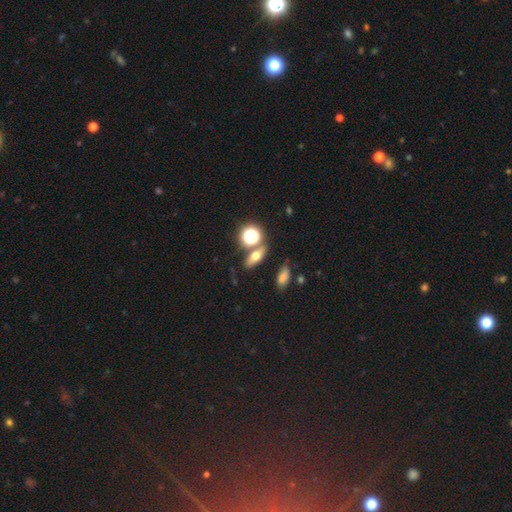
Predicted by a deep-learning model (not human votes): This appears to be a smooth galaxy with no disk features (55%) that is in between round and cigar-shaped (52%). Merging: none (73%).